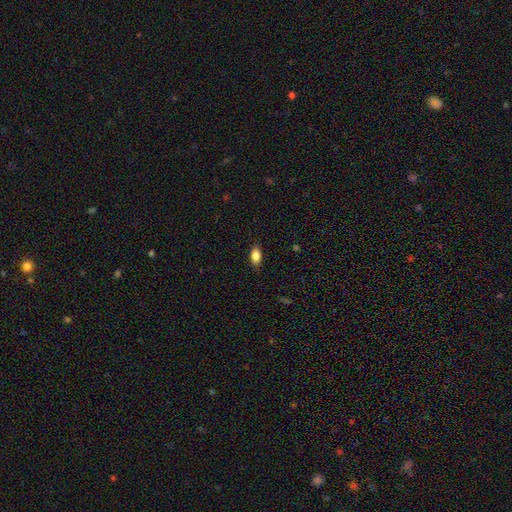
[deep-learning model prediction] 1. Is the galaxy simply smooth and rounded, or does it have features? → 85% smooth, 8% star or artifact, 7% featured or disk.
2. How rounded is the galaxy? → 89% in between, 6% round, 5% cigar-shaped.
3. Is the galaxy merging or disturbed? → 87% none, 10% minor disturbance, 2% major disturbance, 1% merger.